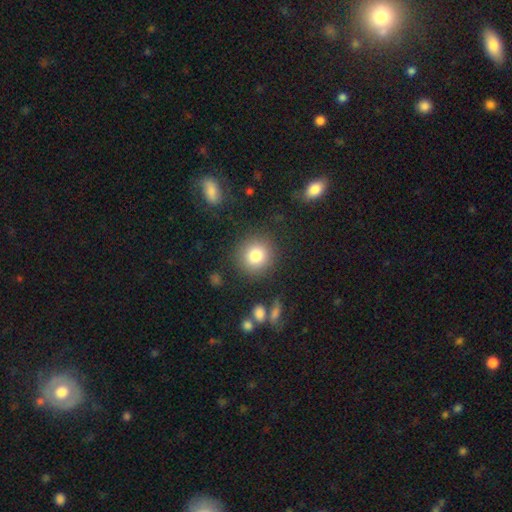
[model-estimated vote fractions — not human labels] Smooth or featured: smooth — 81% (star or artifact — 10%)
How rounded: round — 91% (in between — 8%)
Merging: none — 86% (minor disturbance — 8%)